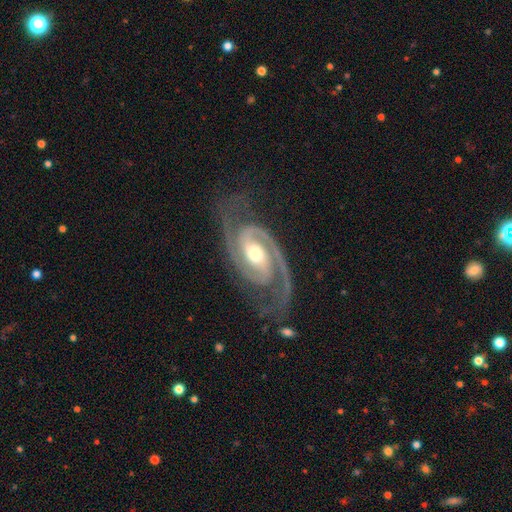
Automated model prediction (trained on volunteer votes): Morphology: type=featured or disk (94%); edge-on=no (97%); bar=weak (36%, tied with no); spiral arms=yes (99%); winding=medium (49%); arm count=2 (93%); bulge=moderate (72%); merging=none (76%).